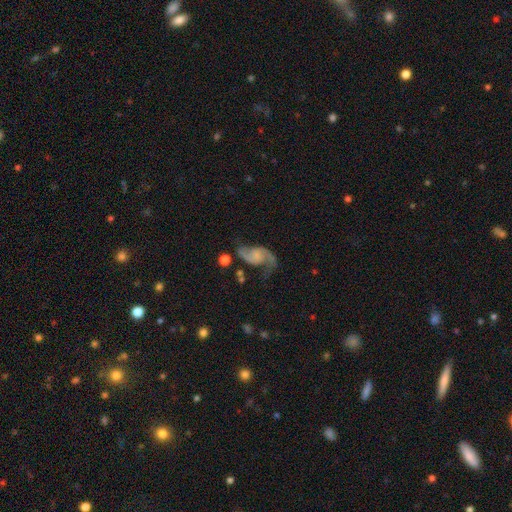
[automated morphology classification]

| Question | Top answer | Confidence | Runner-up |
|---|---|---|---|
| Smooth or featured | featured or disk | 84% | smooth (10%) |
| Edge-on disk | no | 97% | yes (3%) |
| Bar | no | 59% | weak (33%) |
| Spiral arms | yes | 96% | no (4%) |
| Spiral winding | loose | 60% | medium (33%) |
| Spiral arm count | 2 | 91% | 1 (4%) |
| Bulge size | none | 58% | small (21%) |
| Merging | none | 60% | minor disturbance (20%) |